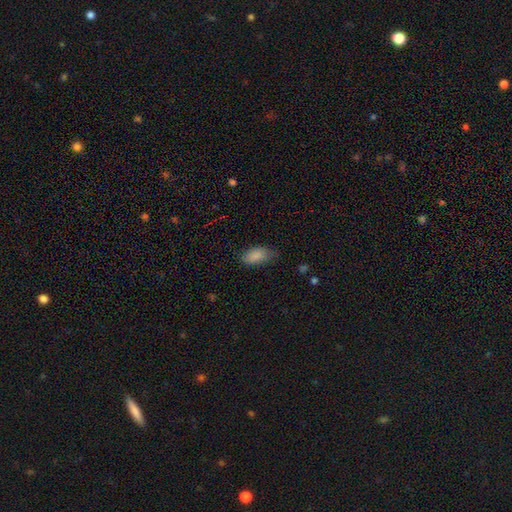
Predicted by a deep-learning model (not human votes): smooth_or_featured: smooth (p=0.87) [alt: star or artifact p=0.07]
how_rounded: in between (p=0.92) [alt: cigar-shaped p=0.04]
merging: none (p=0.68) [alt: minor disturbance p=0.26]